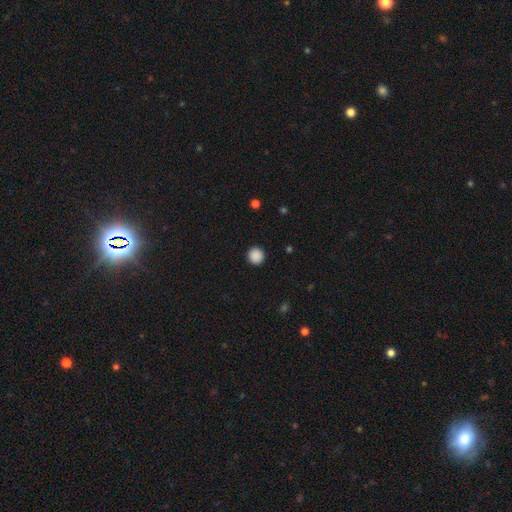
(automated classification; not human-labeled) Morphology: type=smooth (88%); roundness=round (95%); merging=none (92%).